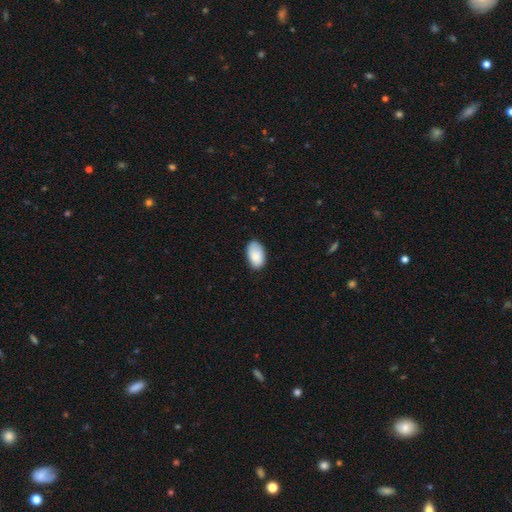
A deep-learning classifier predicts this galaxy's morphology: Smooth or featured: smooth — 84% (featured or disk — 9%)
How rounded: in between — 93% (round — 6%)
Merging: none — 73% (minor disturbance — 22%)